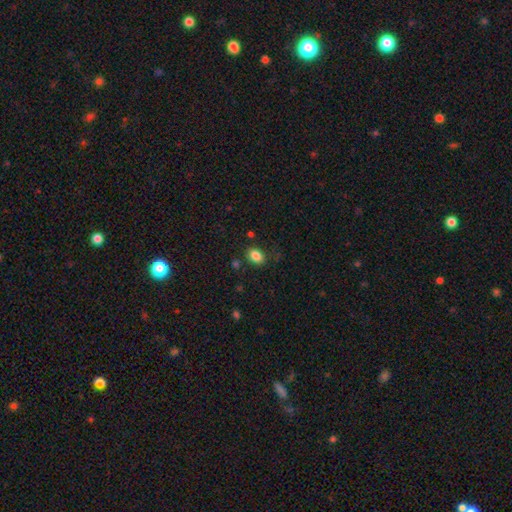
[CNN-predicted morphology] smooth-or-featured: smooth: 85% | star or artifact: 10% | featured or disk: 5%
  how-rounded: in between: 78% | round: 20% | cigar-shaped: 1%
  merging: none: 81% | minor disturbance: 13% | major disturbance: 3% | merger: 3%